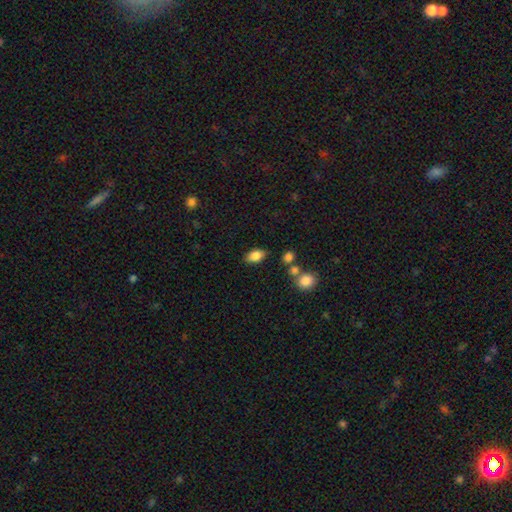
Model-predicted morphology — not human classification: Smooth or featured? smooth (85%)
How rounded? in between (88%)
Merging? none (79%)